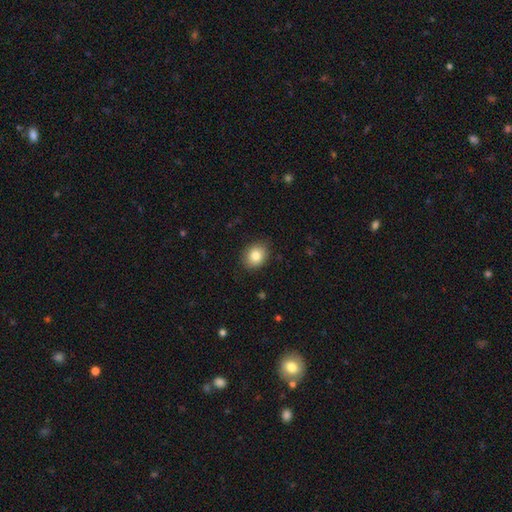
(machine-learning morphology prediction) A smooth galaxy with no disk features (83%) that is round (50%).

Vote fractions:
- Smooth or featured? smooth: 83% / star or artifact: 9% / featured or disk: 8%
- How rounded? round: 50% / in between: 49% / cigar-shaped: 1%
- Merging? none: 85% / minor disturbance: 12% / major disturbance: 2% / merger: 1%